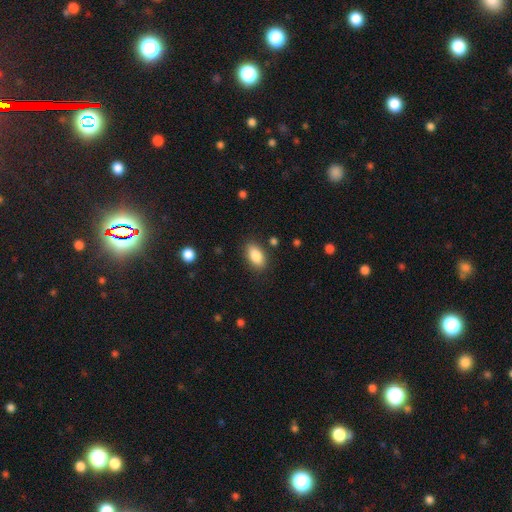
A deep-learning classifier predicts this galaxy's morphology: This is clearly a smooth galaxy (85%). How rounded: clearly in between (90%). Merging: clearly none (86%).